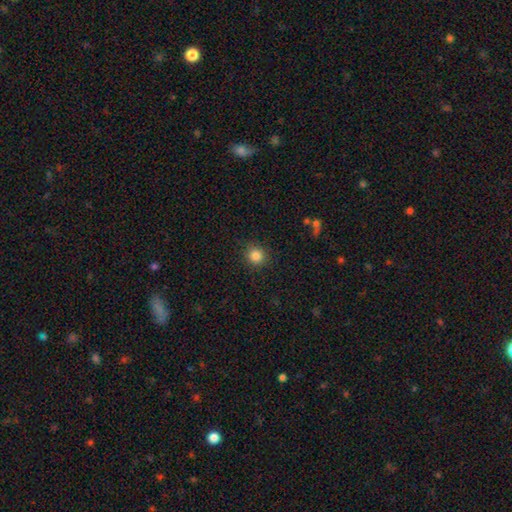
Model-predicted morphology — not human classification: The model was most divided on "smooth or featured": smooth: 84%, star or artifact: 11%, featured or disk: 4%. More confident: how rounded — round (91%); merging — none (89%).